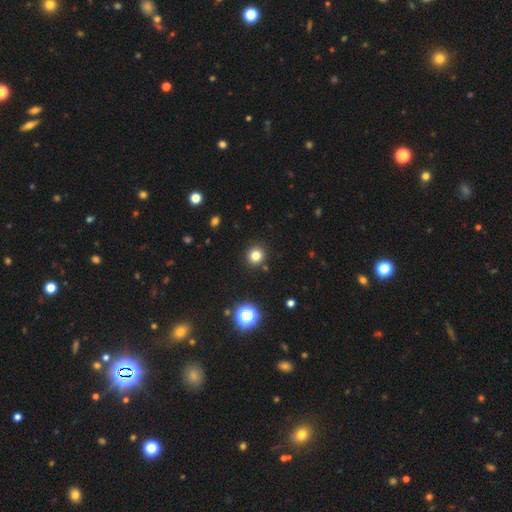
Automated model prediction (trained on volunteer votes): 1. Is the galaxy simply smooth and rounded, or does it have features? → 79% smooth, 15% star or artifact, 6% featured or disk.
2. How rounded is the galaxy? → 91% round, 8% in between, 1% cigar-shaped.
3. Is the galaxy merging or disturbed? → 90% none, 5% minor disturbance, 2% merger, 2% major disturbance.